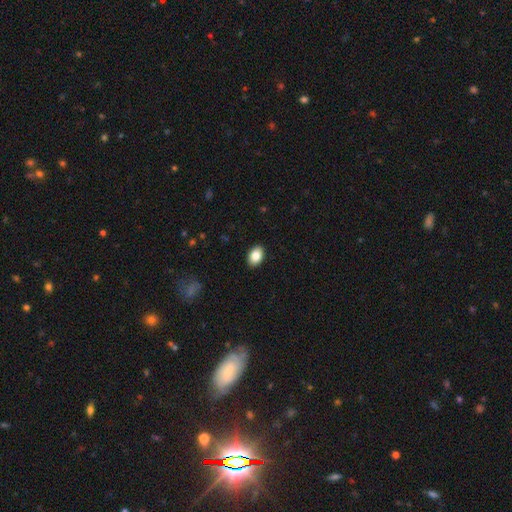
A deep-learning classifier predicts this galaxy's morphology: smooth-or-featured: smooth: 86% | star or artifact: 8% | featured or disk: 7%
  how-rounded: in between: 86% | round: 13% | cigar-shaped: 1%
  merging: none: 90% | minor disturbance: 7% | major disturbance: 2% | merger: 1%